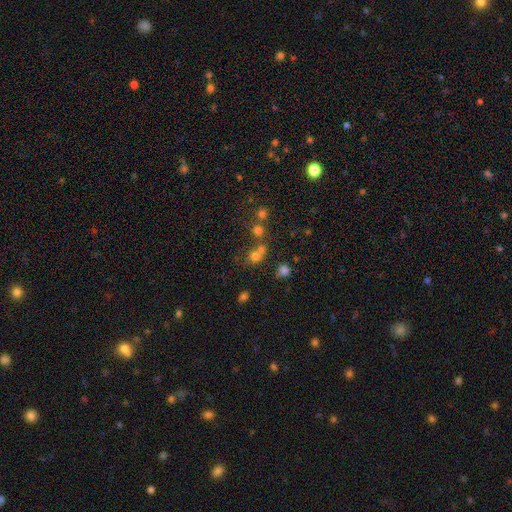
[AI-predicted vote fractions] This appears to be a smooth galaxy with no disk features (68%) that is round (77%). Merging: none (49%).